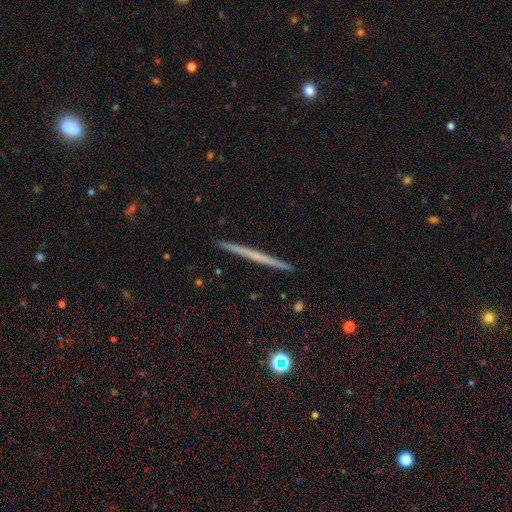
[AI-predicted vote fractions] Smooth or featured? Predicted: featured or disk (p=0.57). Edge-on disk? Predicted: yes (p=0.98). Edge-on bulge? Predicted: none (p=0.86). Merging? Predicted: none (p=0.93).